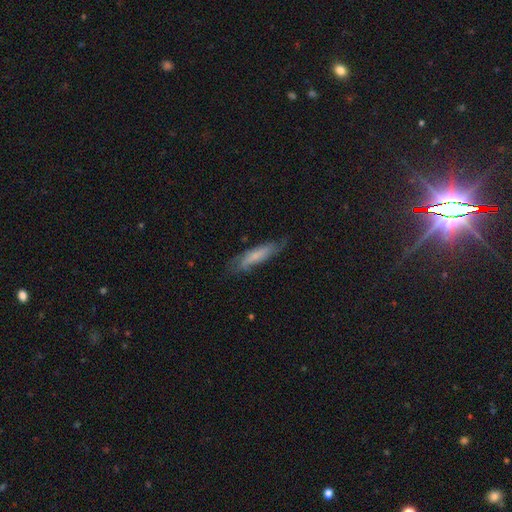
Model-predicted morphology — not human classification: The model was most divided on "smooth or featured": smooth: 50%, featured or disk: 42%, star or artifact: 7%. More confident: how rounded — cigar-shaped (67%); merging — none (67%).